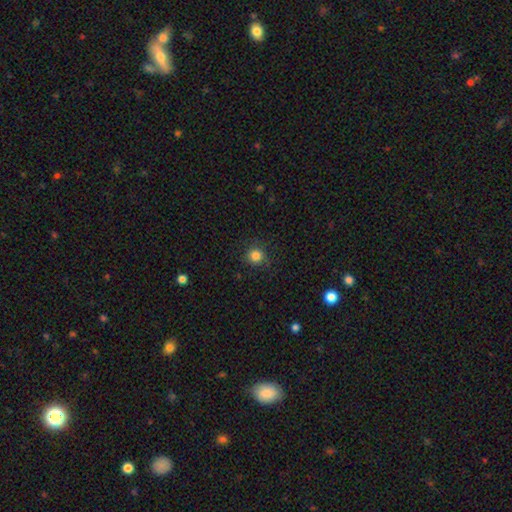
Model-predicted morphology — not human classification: Q: Smooth or featured?
A: smooth (83%); runner-up: star or artifact (12%)
Q: How rounded?
A: round (93%); runner-up: in between (6%)
Q: Merging?
A: none (86%); runner-up: minor disturbance (10%)